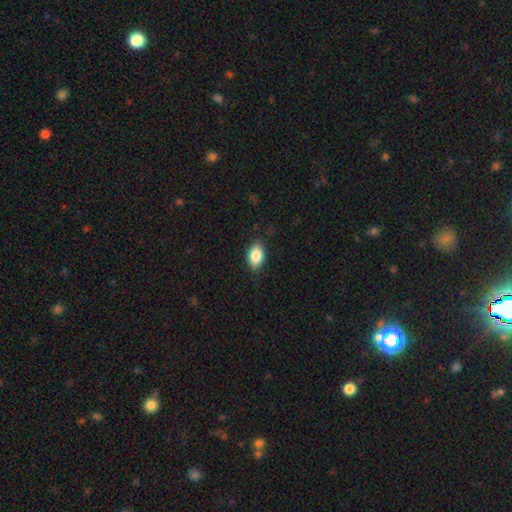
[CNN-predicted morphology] Smooth or featured? smooth (83%)
How rounded? in between (89%)
Merging? none (84%)